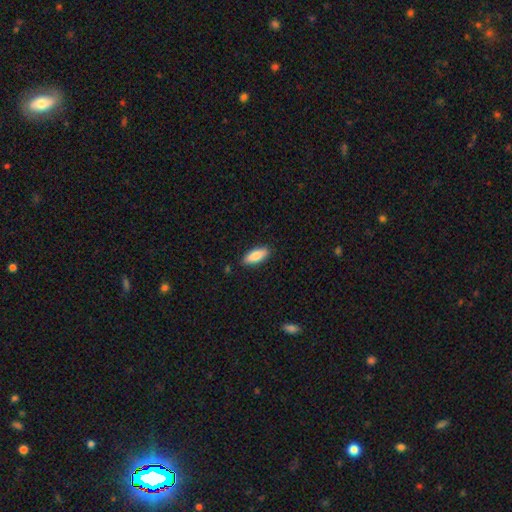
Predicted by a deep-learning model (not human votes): A smooth galaxy with no disk features (83%) that is in between round and cigar-shaped (73%).

Vote fractions:
- Smooth or featured? smooth: 83% / featured or disk: 11% / star or artifact: 6%
- How rounded? in between: 73% / cigar-shaped: 25% / round: 2%
- Merging? none: 87% / minor disturbance: 10% / major disturbance: 2% / merger: 1%